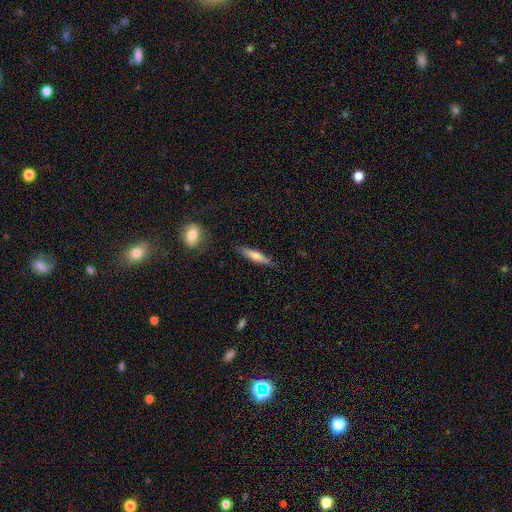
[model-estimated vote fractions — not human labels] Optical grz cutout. It shows a smooth galaxy with no disk features (63%) that is cigar-shaped (85%). Merging: none (84%).